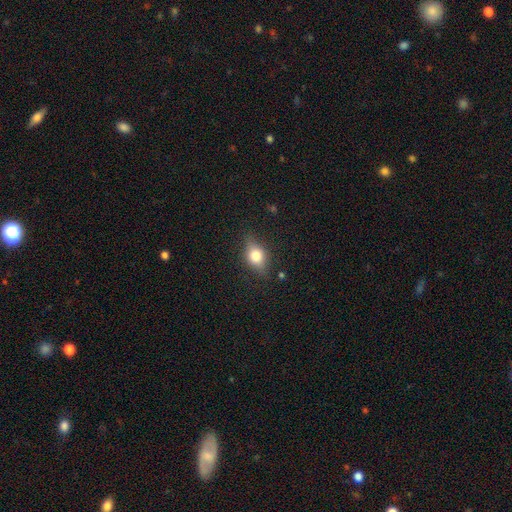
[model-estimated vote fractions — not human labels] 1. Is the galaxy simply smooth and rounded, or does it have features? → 65% smooth, 25% featured or disk, 9% star or artifact.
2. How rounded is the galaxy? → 68% in between, 26% round, 6% cigar-shaped.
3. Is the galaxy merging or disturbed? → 76% none, 18% minor disturbance, 5% major disturbance, 1% merger.